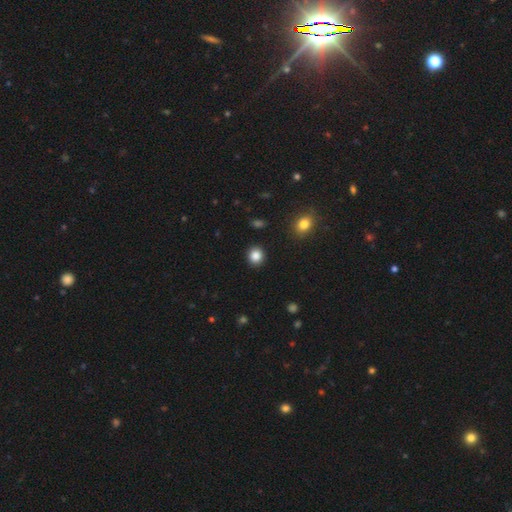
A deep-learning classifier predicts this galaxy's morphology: This appears to be a smooth galaxy with no disk features (86%) that is round (84%). Merging: none (91%).